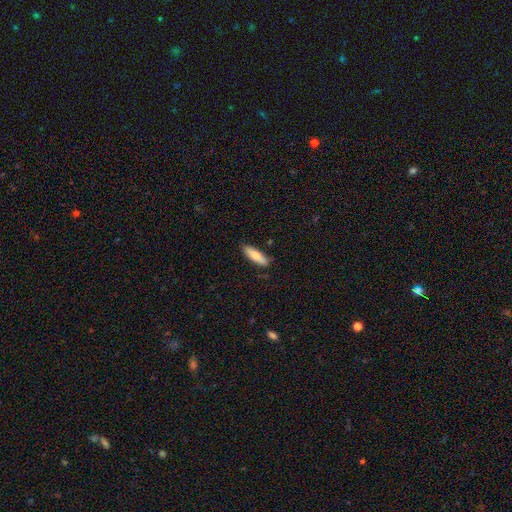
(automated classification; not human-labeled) A smooth galaxy with no disk features (76%) that is cigar-shaped (55%). Merging: none (85%).